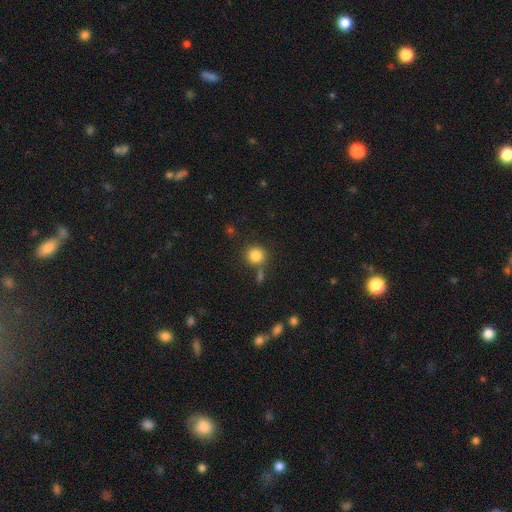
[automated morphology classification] This appears to be a smooth galaxy with no disk features (83%) that is round (91%). Merging: none (72%).